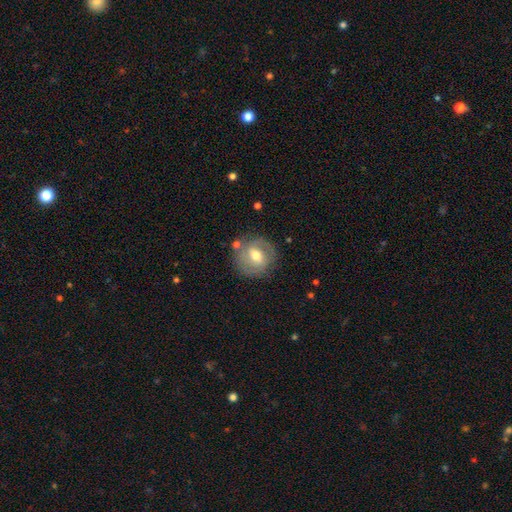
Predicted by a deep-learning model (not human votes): Smooth or featured? featured or disk (54%)
Edge-on disk? no (96%)
Bar? weak (51%)
Spiral arms? yes (66%)
Bulge size? moderate (72%)
Merging? none (75%)